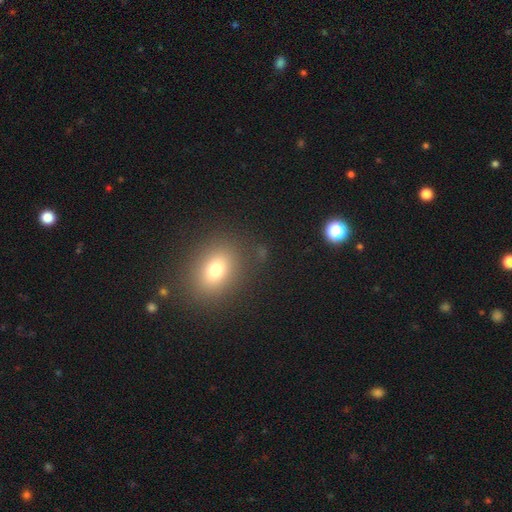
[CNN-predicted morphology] smooth 72%, star or artifact 18%, featured or disk 10%. Down the decision tree: how rounded — in between (60%); merging — none (86%).